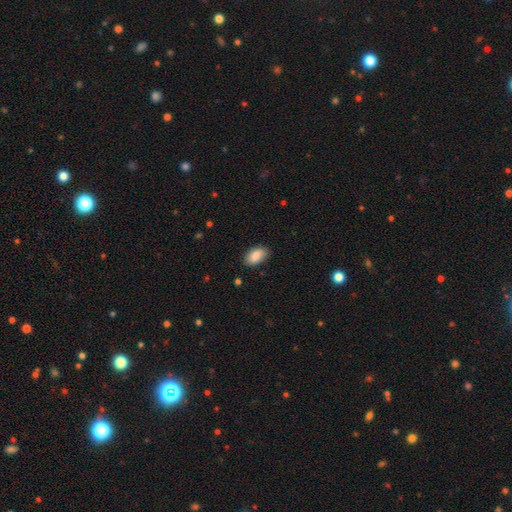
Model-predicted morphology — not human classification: Smooth or featured? smooth (88%)
How rounded? in between (94%)
Merging? none (86%)